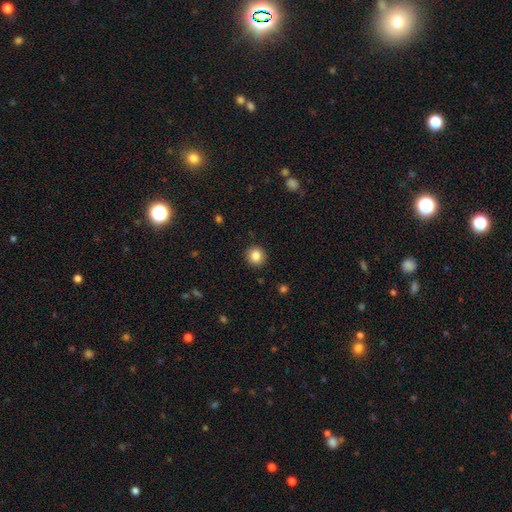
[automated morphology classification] Q: Smooth or featured?
A: smooth (85%); runner-up: star or artifact (9%)
Q: How rounded?
A: round (91%); runner-up: in between (8%)
Q: Merging?
A: none (91%); runner-up: minor disturbance (6%)